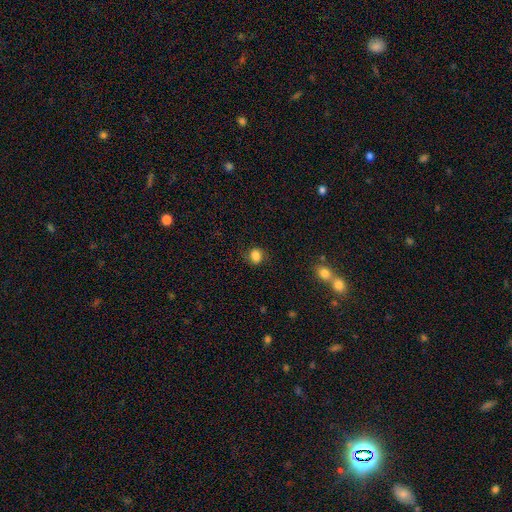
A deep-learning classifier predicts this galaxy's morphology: Overall: smooth (84%). How rounded: round (67%; in between 32%). Merging: none (79%).